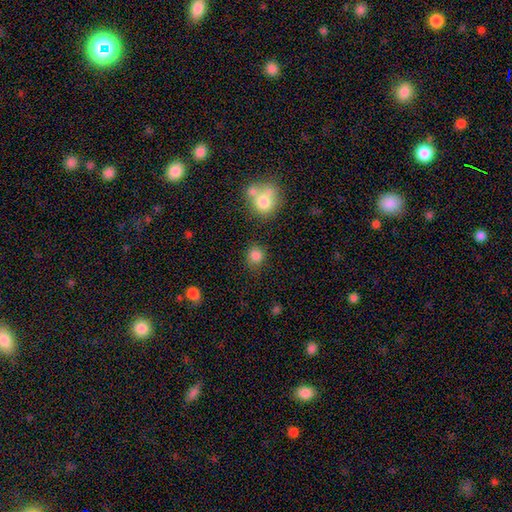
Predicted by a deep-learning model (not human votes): Smooth or featured? Predicted: smooth (p=0.84). How rounded? Predicted: round (p=0.84). Merging? Predicted: none (p=0.79).